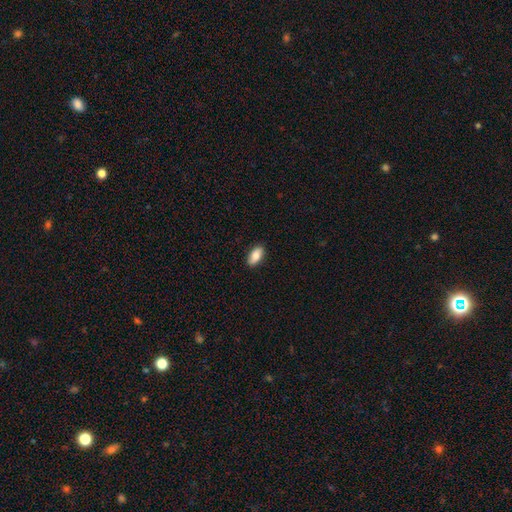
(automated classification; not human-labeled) A smooth galaxy with no disk features (81%) that is in between round and cigar-shaped (91%). Merging: none (89%).